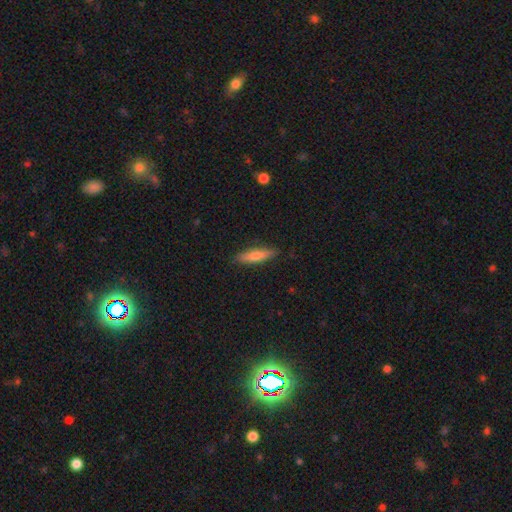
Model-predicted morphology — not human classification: This appears to be a smooth galaxy with no disk features (70%) that is cigar-shaped (77%). Merging: none (87%).